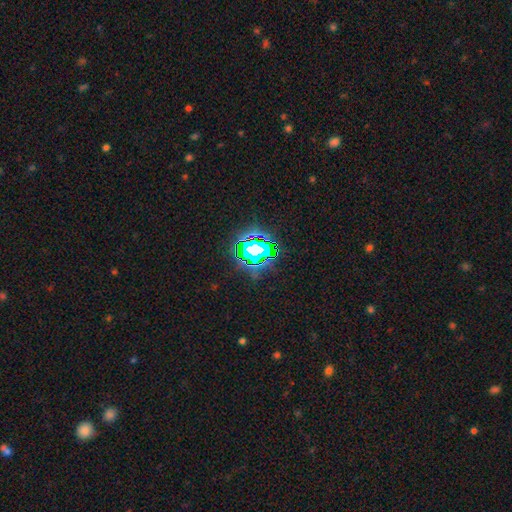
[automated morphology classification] Smooth or featured?
  - star or artifact: 81% *
  - smooth: 12%
  - featured or disk: 7%